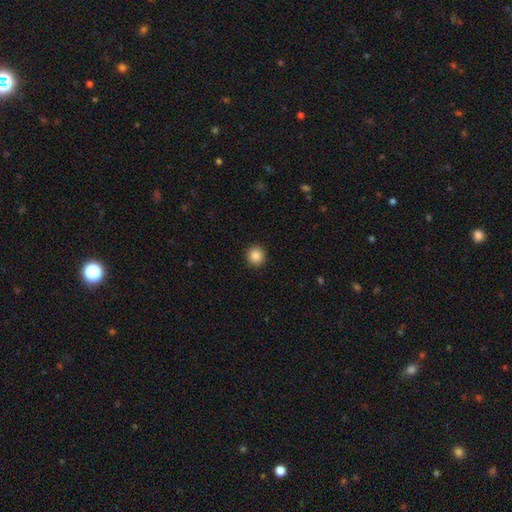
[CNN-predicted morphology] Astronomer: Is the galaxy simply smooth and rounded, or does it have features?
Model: smooth — 87%.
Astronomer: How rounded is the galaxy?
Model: round — 93%.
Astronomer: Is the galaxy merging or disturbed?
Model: none — 93%.